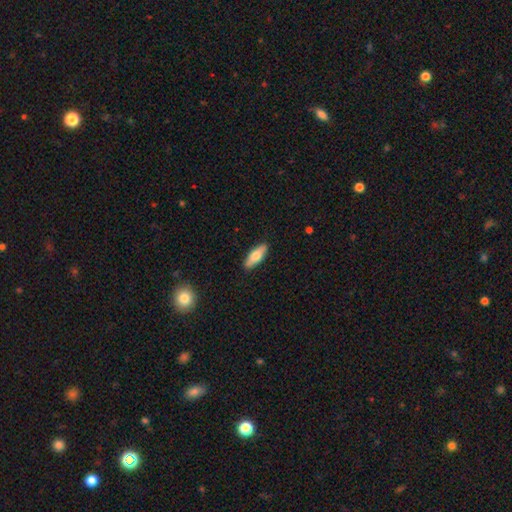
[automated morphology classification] type=smooth (71%); roundness=in between (56%); merging=none (88%).